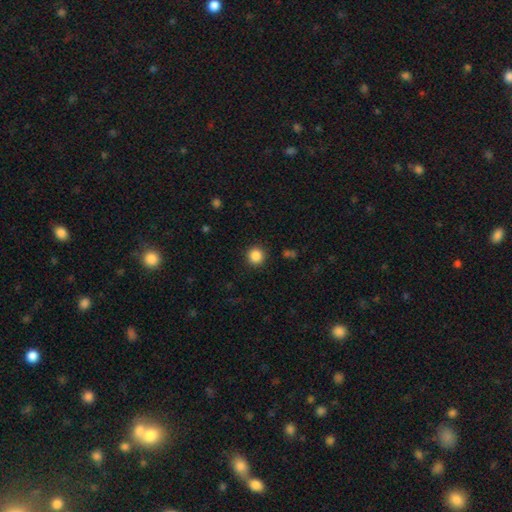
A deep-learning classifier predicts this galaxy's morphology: type=smooth (86%); roundness=round (95%); merging=none (92%).